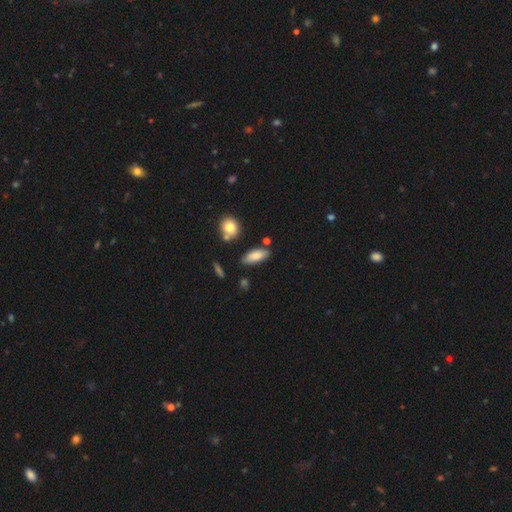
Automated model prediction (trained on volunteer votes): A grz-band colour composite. It shows a smooth galaxy with no disk features (80%) that is in between round and cigar-shaped (79%). Merging: none (76%).